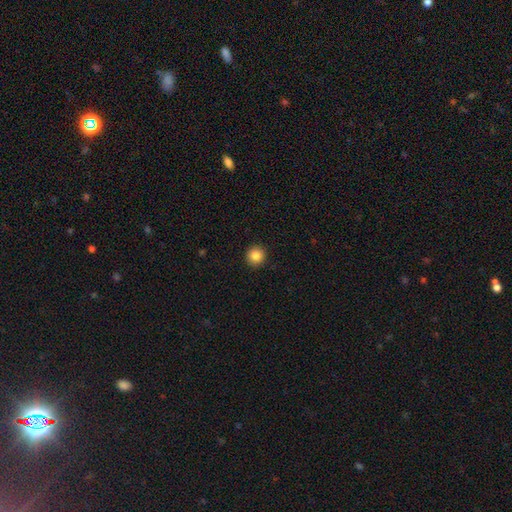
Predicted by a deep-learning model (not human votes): Smooth or featured?
  - smooth: 86% *
  - star or artifact: 10%
  - featured or disk: 5%
How rounded?
  - round: 94% *
  - in between: 5%
  - cigar-shaped: 1%
Merging?
  - none: 93% *
  - minor disturbance: 4%
  - major disturbance: 2%
  - merger: 1%